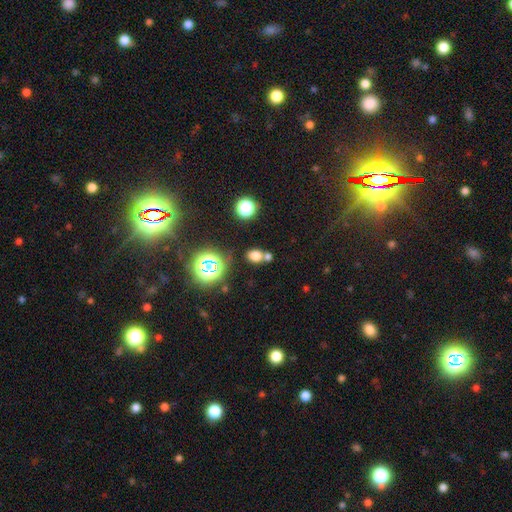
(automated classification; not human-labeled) Morphology: type=smooth (68%); roundness=in between (55%); merging=none (56%).